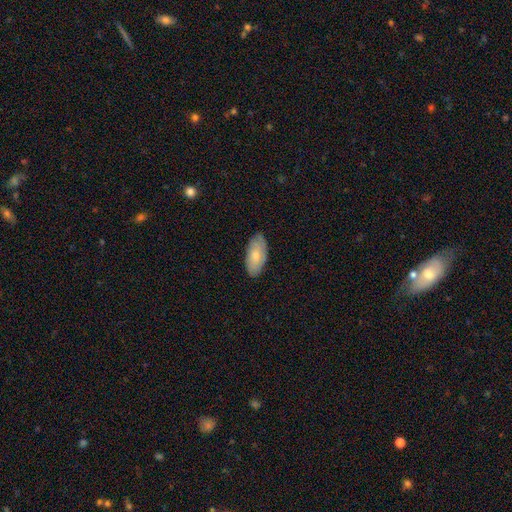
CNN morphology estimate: Smooth or featured? Predicted: smooth (p=0.70). How rounded? Predicted: in between (p=0.91). Merging? Predicted: none (p=0.81).